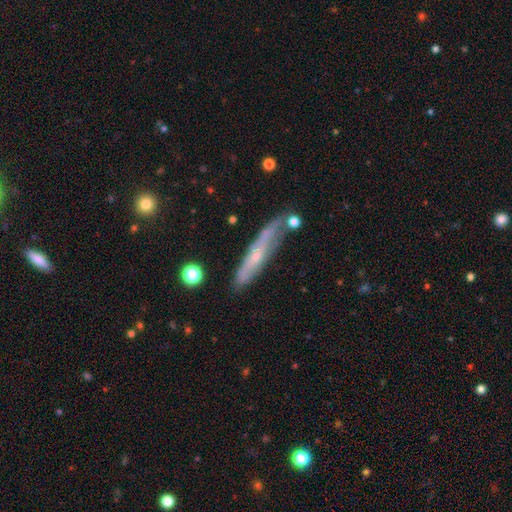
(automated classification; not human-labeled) smooth_or_featured: featured or disk (p=0.56) [alt: smooth p=0.37]
disk_edge_on: yes (p=0.75) [alt: no p=0.25]
merging: none (p=0.67) [alt: minor disturbance p=0.22]